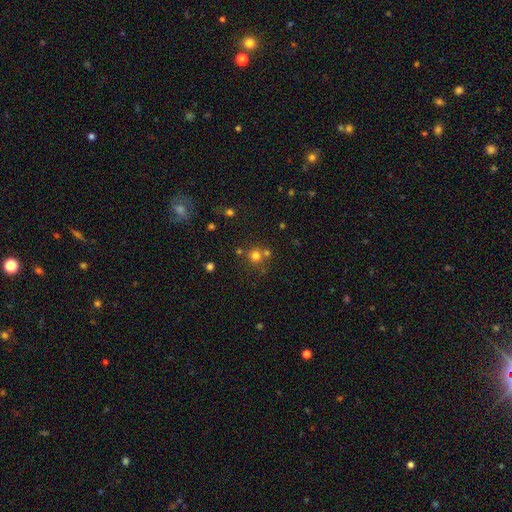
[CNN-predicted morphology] Smooth or featured? Predicted: smooth (p=0.72). How rounded? Predicted: round (p=0.92). Merging? Predicted: none (p=0.65).